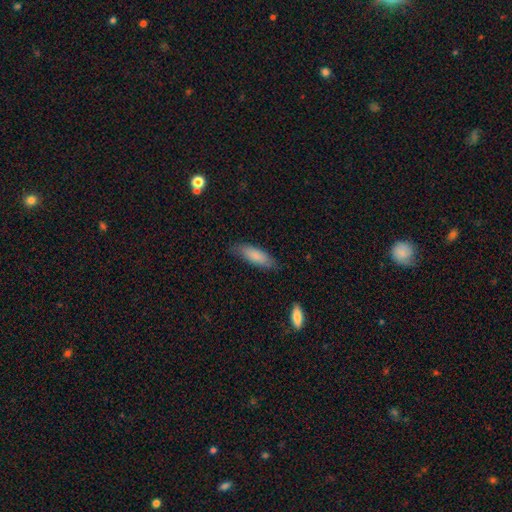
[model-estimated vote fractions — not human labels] Smooth or featured: smooth — 82% (featured or disk — 12%)
How rounded: in between — 51% (cigar-shaped — 48%)
Merging: none — 78% (minor disturbance — 18%)